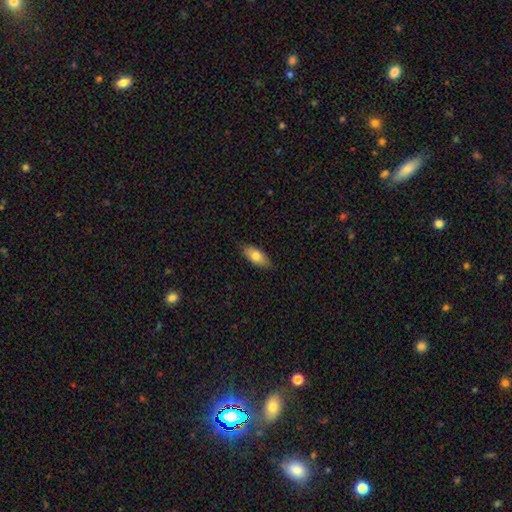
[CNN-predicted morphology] smooth-or-featured: smooth: 77% | featured or disk: 16% | star or artifact: 6%
  how-rounded: in between: 84% | cigar-shaped: 13% | round: 3%
  merging: none: 85% | minor disturbance: 12% | major disturbance: 2% | merger: 1%